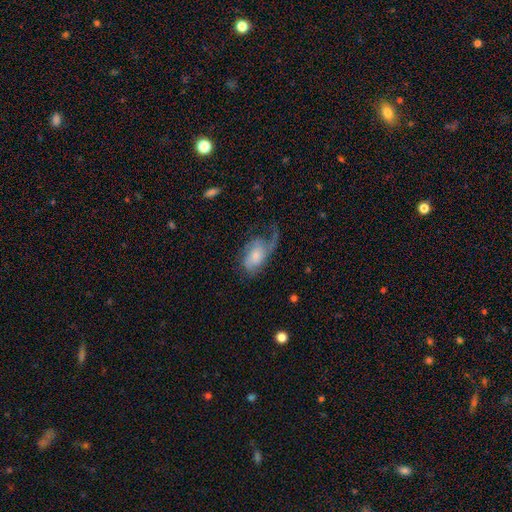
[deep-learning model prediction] A featured or disk galaxy (60%) with no bar (68%), spiral arms (86%) and a small central bulge (50%). Merging: major disturbance (41%).